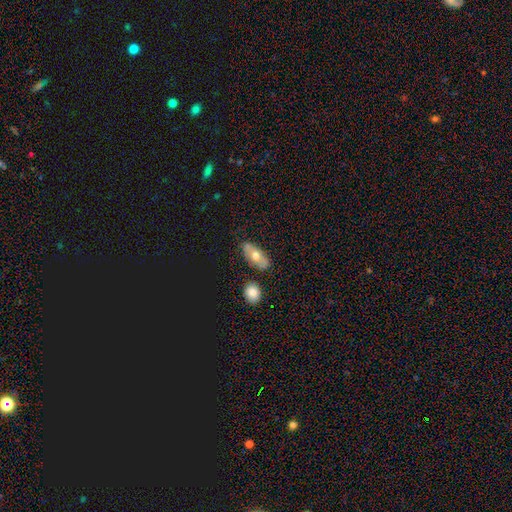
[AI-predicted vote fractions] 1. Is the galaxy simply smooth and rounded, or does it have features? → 61% smooth, 31% featured or disk, 8% star or artifact.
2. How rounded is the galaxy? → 85% in between, 8% cigar-shaped, 6% round.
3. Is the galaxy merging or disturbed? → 74% none, 15% minor disturbance, 8% merger, 3% major disturbance.